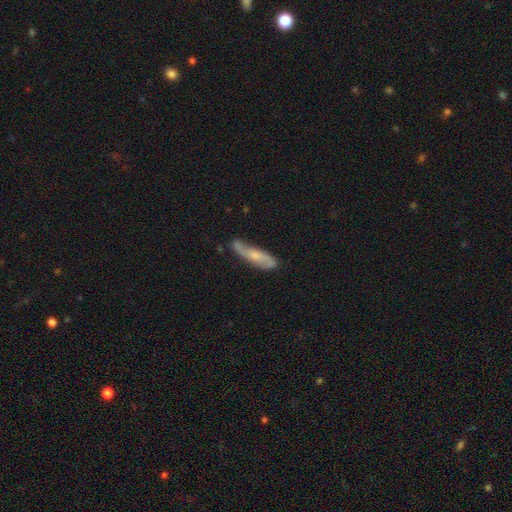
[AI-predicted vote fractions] smooth_or_featured: featured or disk (p=0.63) [alt: smooth p=0.31]
disk_edge_on: no (p=0.71) [alt: yes p=0.29]
merging: none (p=0.69) [alt: minor disturbance p=0.23]